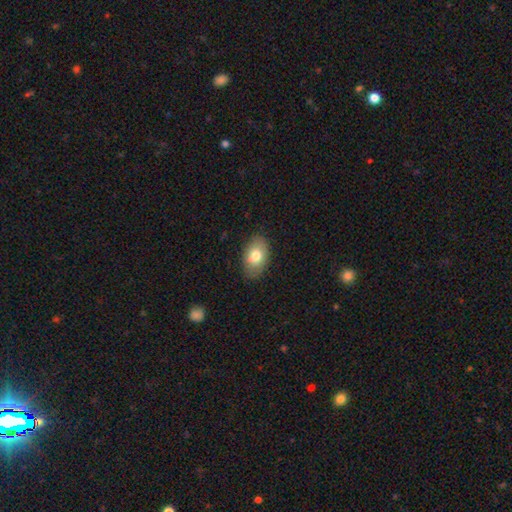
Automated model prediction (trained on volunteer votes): smooth_or_featured: smooth (p=0.76) [alt: featured or disk p=0.16]
how_rounded: in between (p=0.89) [alt: round p=0.10]
merging: none (p=0.83) [alt: minor disturbance p=0.14]